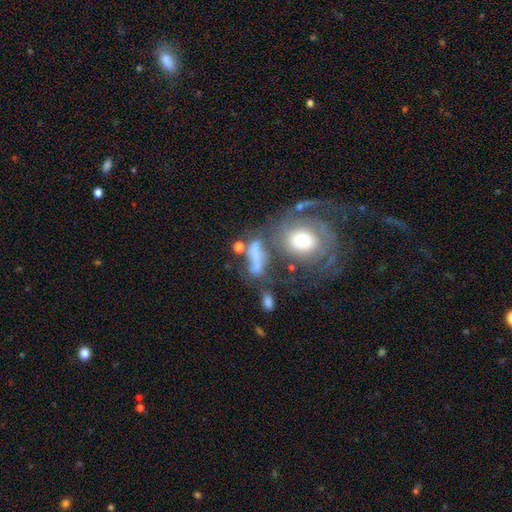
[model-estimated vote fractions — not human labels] Q: Smooth or featured?
A: smooth (49%); runner-up: featured or disk (37%)
Q: Merging?
A: merger (32%); tied with: none (32%)